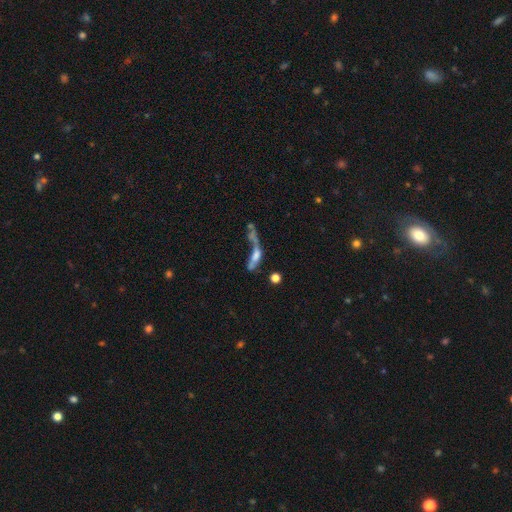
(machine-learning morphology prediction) Smooth or featured?
  - featured or disk: 45% *
  - smooth: 39%
  - star or artifact: 16%
Merging?
  - merger: 42% *
  - major disturbance: 33%
  - none: 15%
  - minor disturbance: 9%